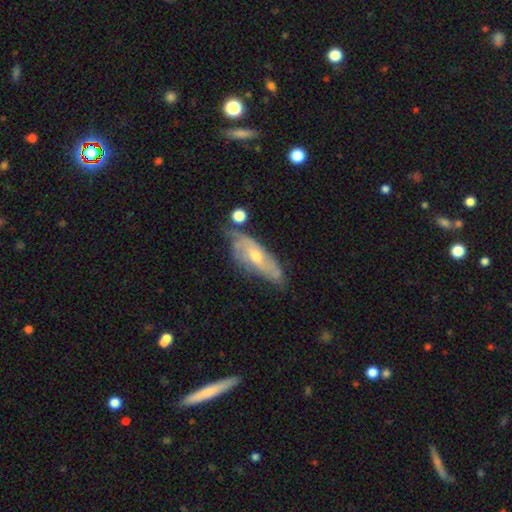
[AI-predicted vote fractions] smooth-or-featured: featured or disk: 66% | smooth: 27% | star or artifact: 7%
  disk-edge-on: no: 77% | yes: 23%
    bar: no: 62% | weak: 31% | strong: 7%
    has-spiral-arms: yes: 77% | no: 23%
    bulge-size: moderate: 54% | small: 42% | large: 2% | none: 1% | dominant: 1%
  merging: none: 56% | minor disturbance: 29% | major disturbance: 10% | merger: 6%